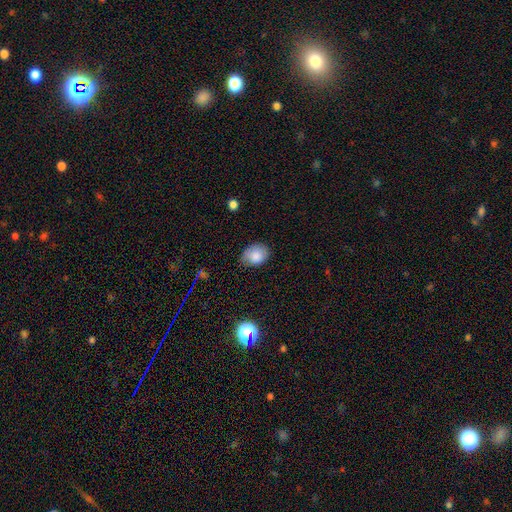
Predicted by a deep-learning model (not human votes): This is clearly a smooth galaxy (82%). How rounded: likely in between (66%). Merging: likely none (65%).